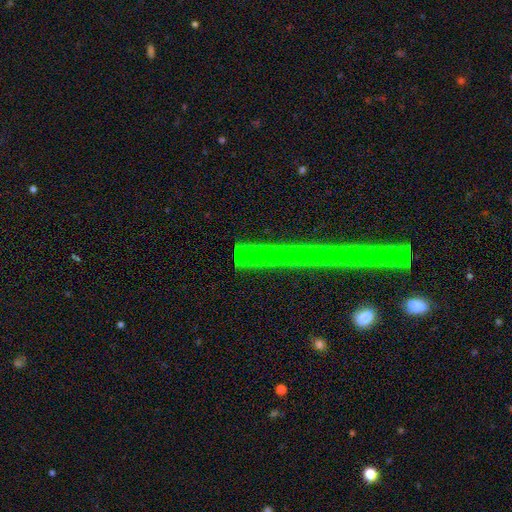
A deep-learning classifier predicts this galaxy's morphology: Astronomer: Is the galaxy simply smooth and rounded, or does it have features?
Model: star or artifact — 73%.